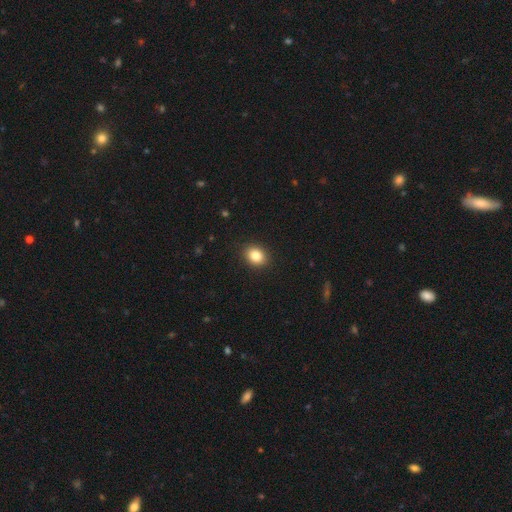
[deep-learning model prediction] Smooth or featured: smooth — 84% (star or artifact — 10%)
How rounded: in between — 52% (round — 47%)
Merging: none — 91% (minor disturbance — 7%)